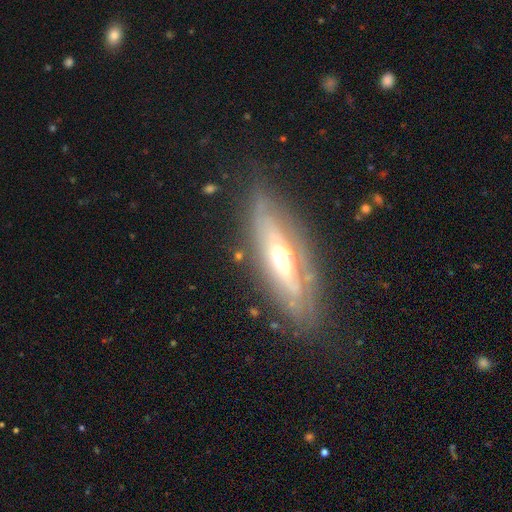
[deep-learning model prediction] Smooth or featured: featured or disk — 76% (smooth — 18%)
Edge-on disk: yes — 52% (no — 48%)
Merging: none — 75% (minor disturbance — 17%)